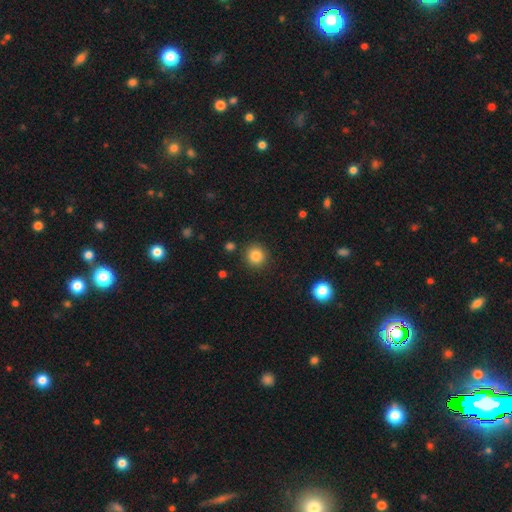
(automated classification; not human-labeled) Smooth or featured? smooth (84%)
How rounded? round (93%)
Merging? none (90%)